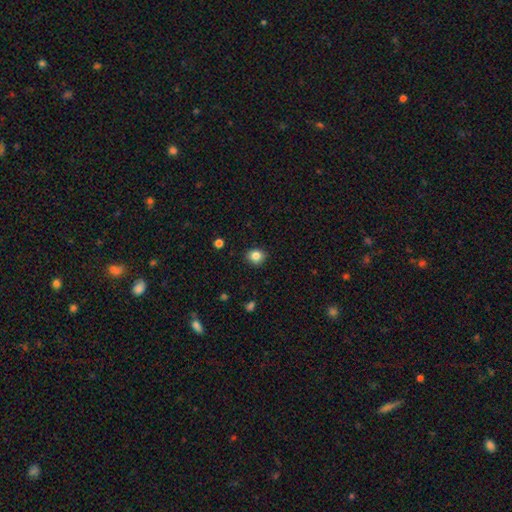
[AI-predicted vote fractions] smooth-or-featured: smooth: 84% | star or artifact: 11% | featured or disk: 6%
  how-rounded: round: 79% | in between: 20% | cigar-shaped: 1%
  merging: none: 90% | minor disturbance: 8% | major disturbance: 2% | merger: 1%